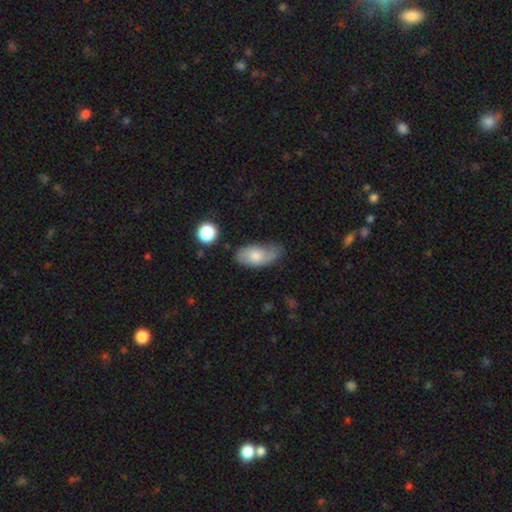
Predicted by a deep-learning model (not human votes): Smooth or featured: smooth — 63% (featured or disk — 29%)
How rounded: in between — 90% (cigar-shaped — 5%)
Merging: none — 54% (minor disturbance — 34%)